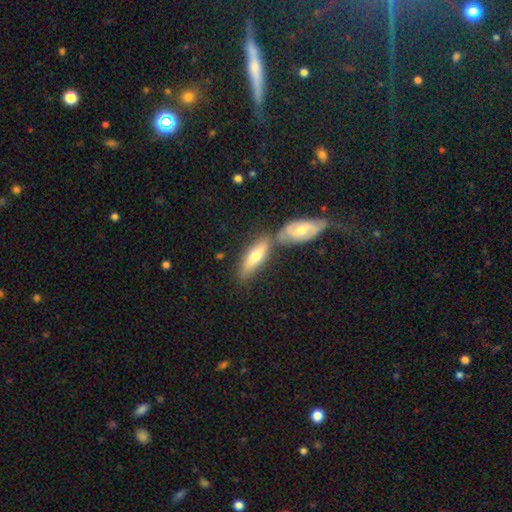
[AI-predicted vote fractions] This is possibly a smooth galaxy (49%). Merging: possibly none (50%).